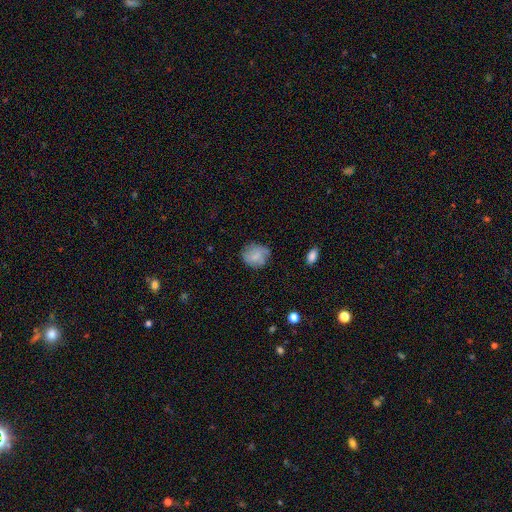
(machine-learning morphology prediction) Smooth or featured?
  - smooth: 74% *
  - featured or disk: 18%
  - star or artifact: 8%
How rounded?
  - round: 71% *
  - in between: 28%
  - cigar-shaped: 1%
Merging?
  - none: 69% *
  - minor disturbance: 23%
  - major disturbance: 6%
  - merger: 2%